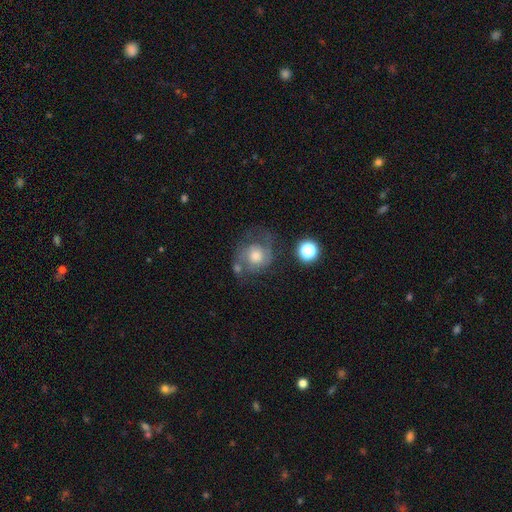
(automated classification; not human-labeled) Smooth or featured?
  - featured or disk: 66% *
  - smooth: 24%
  - star or artifact: 10%
Edge-on disk?
  - no: 98% *
  - yes: 2%
Bar?
  - no: 75% *
  - weak: 22%
  - strong: 3%
Spiral arms?
  - yes: 88% *
  - no: 12%
Spiral winding?
  - medium: 48% *
  - tight: 35%
  - loose: 18%
Spiral arm count?
  - 2: 77% *
  - can't tell: 11%
  - 1: 5%
  - 3: 4%
  - 4: 2%
  - more than 4: 2%
Bulge size?
  - moderate: 56% *
  - large: 26%
  - small: 12%
  - none: 3%
  - dominant: 3%
Merging?
  - none: 58% *
  - minor disturbance: 20%
  - major disturbance: 15%
  - merger: 7%